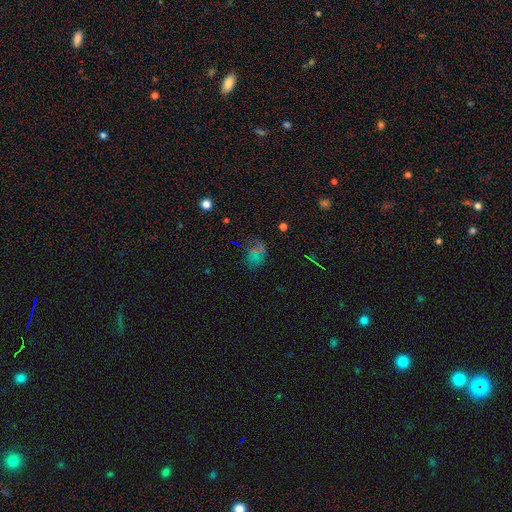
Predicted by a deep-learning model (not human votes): The model was most divided on "smooth or featured": smooth: 43%, star or artifact: 33%, featured or disk: 24%. More confident: merging — none (56%).